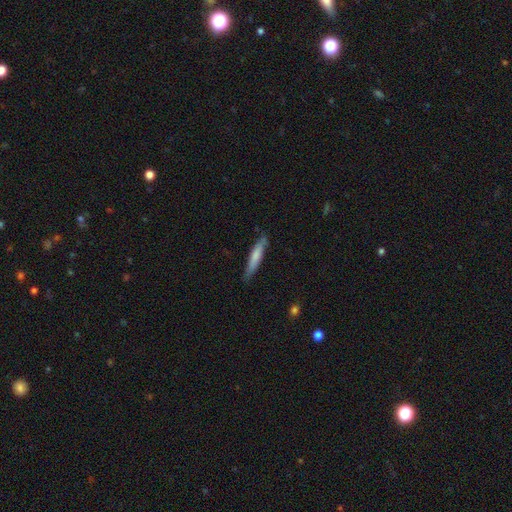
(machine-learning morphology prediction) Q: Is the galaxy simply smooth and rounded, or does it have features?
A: smooth — 67%.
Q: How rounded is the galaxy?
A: cigar-shaped — 91%.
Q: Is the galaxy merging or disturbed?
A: none — 79%.